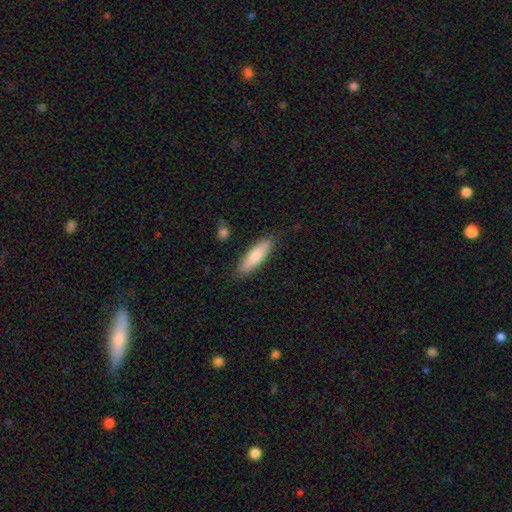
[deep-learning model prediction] smooth_or_featured: smooth (p=0.76) [alt: featured or disk p=0.18]
how_rounded: cigar-shaped (p=0.62) [alt: in between p=0.37]
merging: none (p=0.86) [alt: minor disturbance p=0.11]